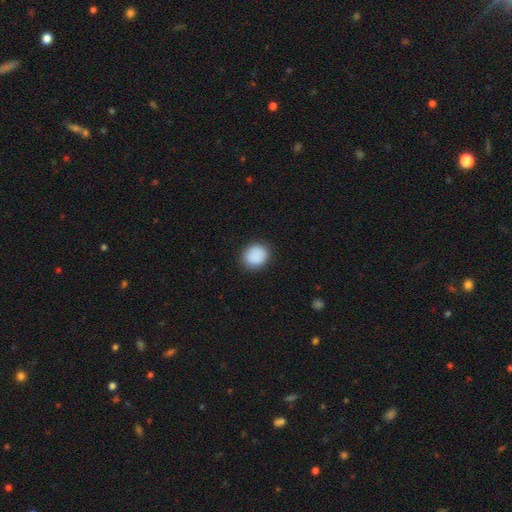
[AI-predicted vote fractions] A smooth galaxy with no disk features (90%) that is round (71%). Merging: none (88%).